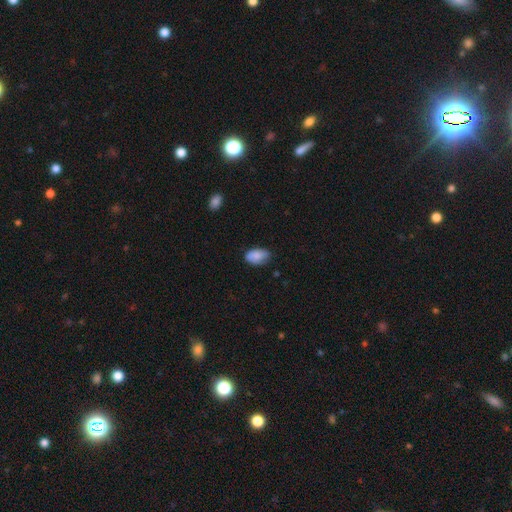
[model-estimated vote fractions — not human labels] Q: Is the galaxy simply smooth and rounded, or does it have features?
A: smooth — 83%.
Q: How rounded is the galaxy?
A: in between — 91%.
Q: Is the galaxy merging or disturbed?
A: none — 68%.